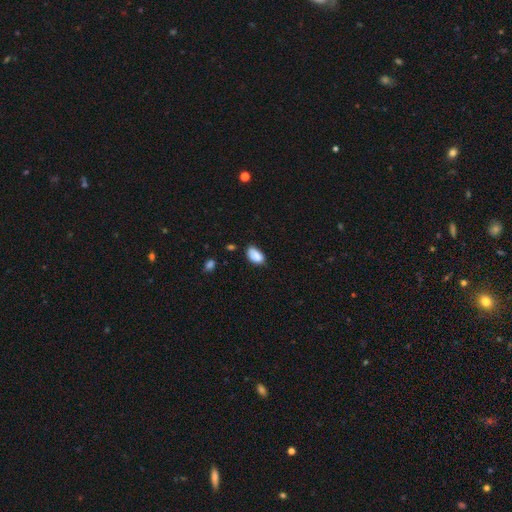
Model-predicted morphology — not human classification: smooth 87%, star or artifact 8%, featured or disk 6%. Down the decision tree: how rounded — in between (93%); merging — none (63%).